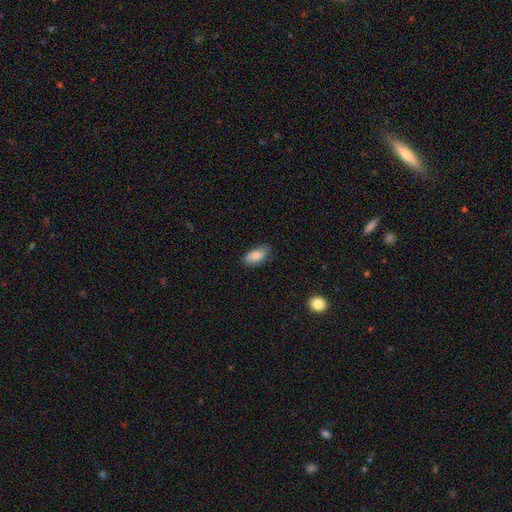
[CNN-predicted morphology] smooth_or_featured: smooth (p=0.84) [alt: featured or disk p=0.09]
how_rounded: in between (p=0.91) [alt: cigar-shaped p=0.06]
merging: none (p=0.75) [alt: minor disturbance p=0.20]